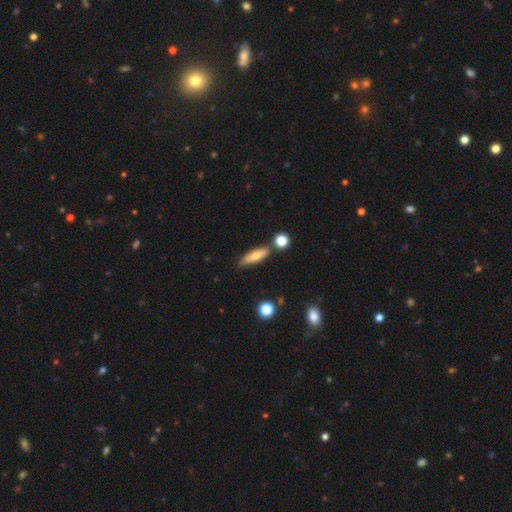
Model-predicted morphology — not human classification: The model was most divided on "how rounded": cigar-shaped: 62%, in between: 35%, round: 3%. More confident: merging — none (75%); smooth or featured — smooth (69%).